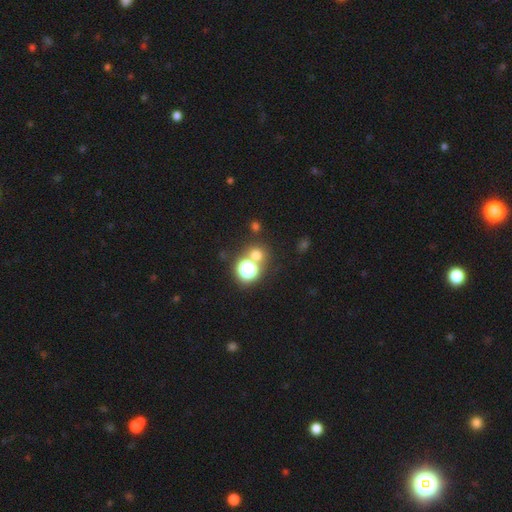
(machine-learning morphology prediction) smooth_or_featured: smooth (p=0.61) [alt: star or artifact p=0.32]
how_rounded: round (p=0.87) [alt: in between p=0.11]
merging: none (p=0.69) [alt: merger p=0.21]